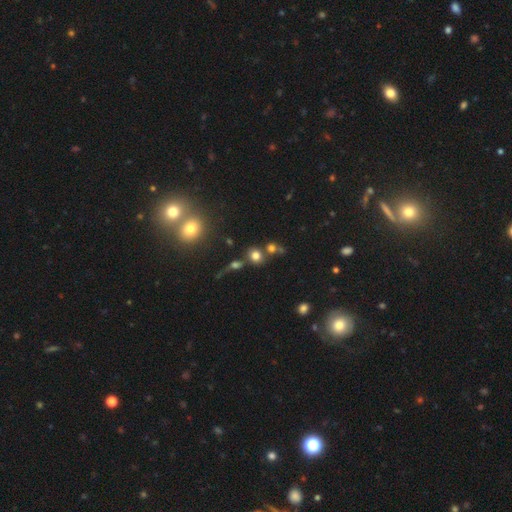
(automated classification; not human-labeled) A smooth galaxy with no disk features (73%) that is round (81%). Merging: none (63%).